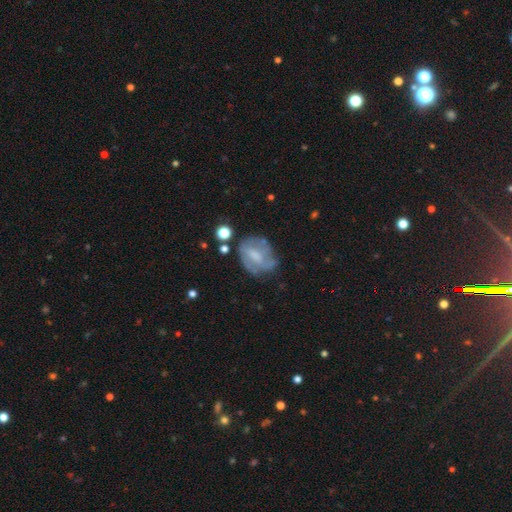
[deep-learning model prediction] Smooth or featured?
  - featured or disk: 54% *
  - smooth: 37%
  - star or artifact: 9%
Edge-on disk?
  - no: 95% *
  - yes: 5%
Bar?
  - weak: 44% *
  - no: 39%
  - strong: 18%
Spiral arms?
  - yes: 51% *
  - no: 49%
Bulge size?
  - moderate: 35% *
  - small: 29%
  - none: 29%
  - large: 6%
  - dominant: 1%
Merging?
  - none: 53% *
  - minor disturbance: 26%
  - major disturbance: 16%
  - merger: 5%